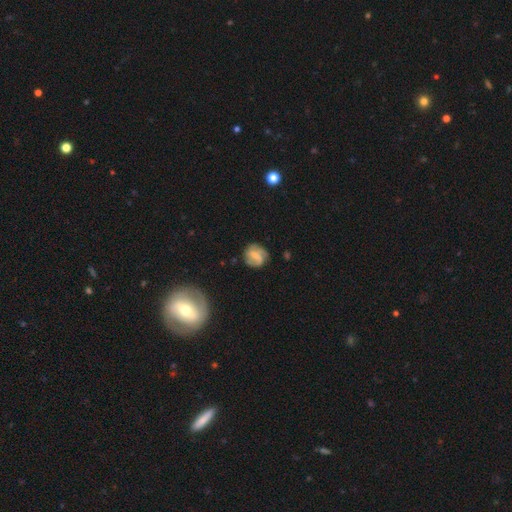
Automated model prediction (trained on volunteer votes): The model was most divided on "smooth or featured": featured or disk: 52%, smooth: 39%, star or artifact: 8%. Remaining: edge-on disk — no (96%); spiral arms — yes (78%); merging — none (69%); bar — weak (46%); bulge size — small (44%).